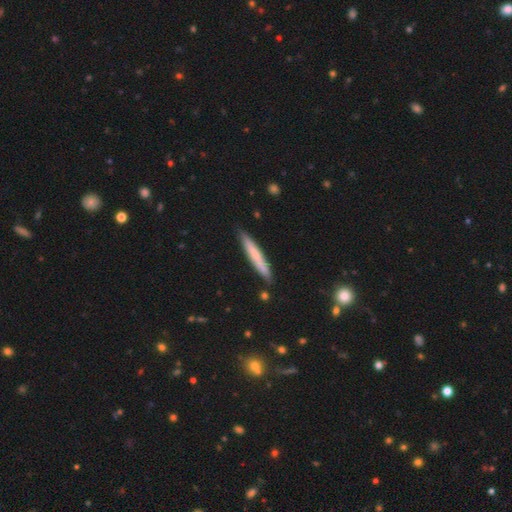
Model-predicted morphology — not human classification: type=smooth (66%); roundness=cigar-shaped (95%); merging=none (88%).